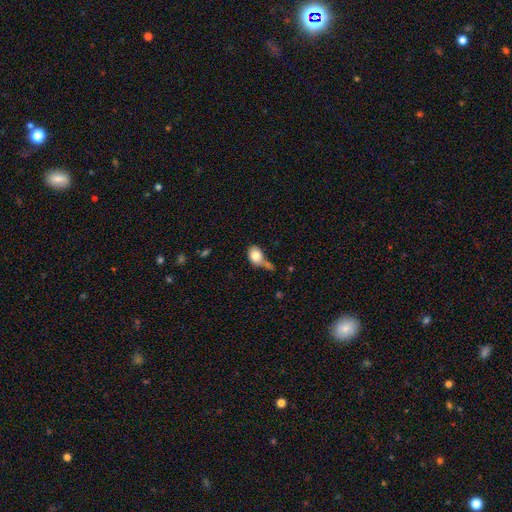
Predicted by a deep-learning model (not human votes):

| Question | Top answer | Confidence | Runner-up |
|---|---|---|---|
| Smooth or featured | smooth | 83% | featured or disk (9%) |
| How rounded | in between | 68% | round (30%) |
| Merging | none | 33% | merger (31%) |